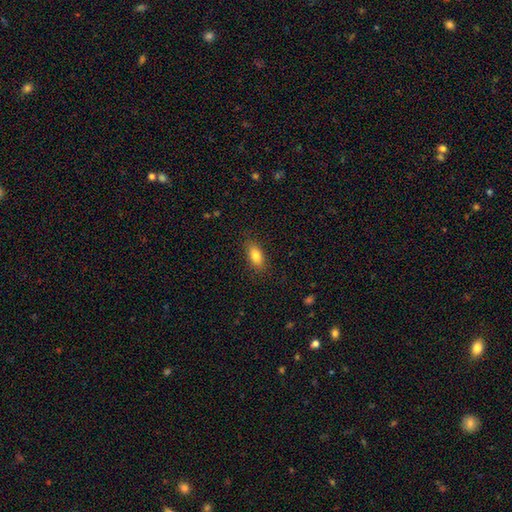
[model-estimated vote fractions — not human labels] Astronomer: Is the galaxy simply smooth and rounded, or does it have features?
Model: smooth — 83%.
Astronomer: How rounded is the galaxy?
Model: in between — 87%.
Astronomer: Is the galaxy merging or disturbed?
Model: none — 86%.